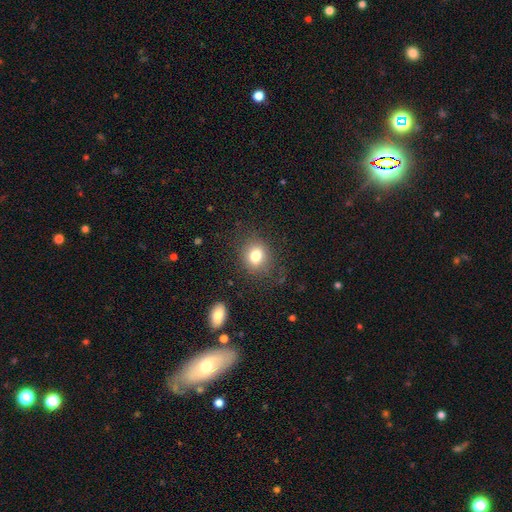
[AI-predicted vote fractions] Q: Smooth or featured?
A: smooth (80%); runner-up: star or artifact (11%)
Q: How rounded?
A: round (60%); runner-up: in between (39%)
Q: Merging?
A: none (82%); runner-up: minor disturbance (12%)